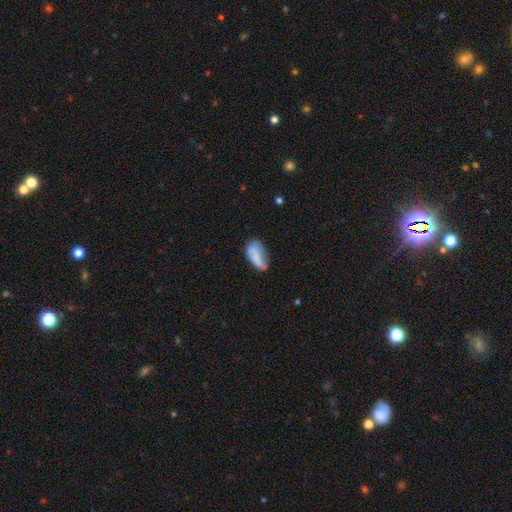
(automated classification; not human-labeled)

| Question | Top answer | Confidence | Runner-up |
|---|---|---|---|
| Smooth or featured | smooth | 74% | featured or disk (18%) |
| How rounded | in between | 89% | cigar-shaped (8%) |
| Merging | none | 46% | minor disturbance (34%) |